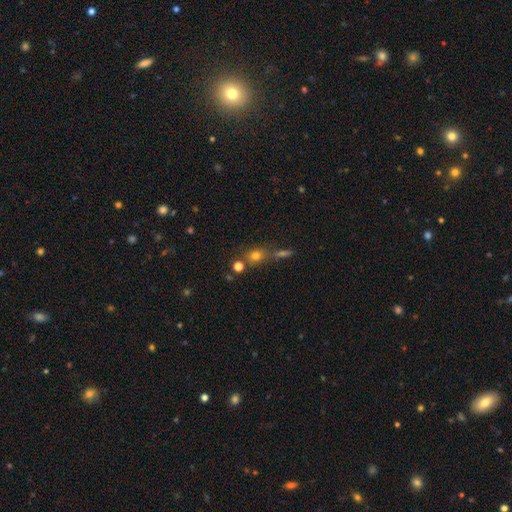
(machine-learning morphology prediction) This appears to be a smooth galaxy with no disk features (66%) that is round (69%). Merging: none (58%).